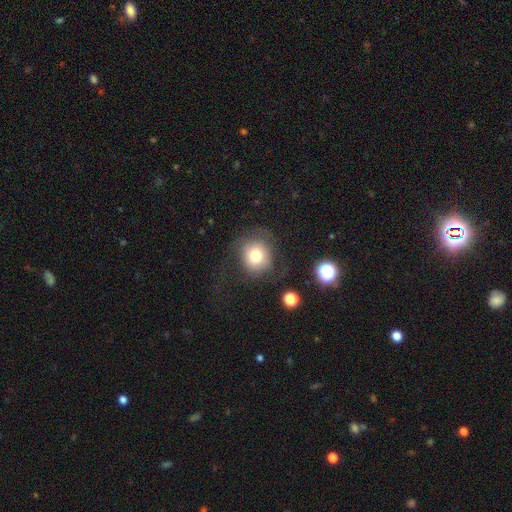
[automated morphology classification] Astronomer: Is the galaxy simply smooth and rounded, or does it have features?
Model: smooth — 73%.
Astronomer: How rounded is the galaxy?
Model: round — 86%.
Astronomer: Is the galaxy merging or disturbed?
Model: none — 63%.